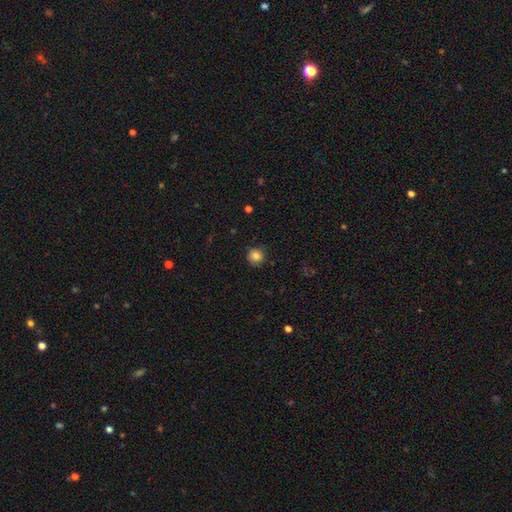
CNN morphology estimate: Overall: smooth (83%). How rounded: round (94%). Merging: none (86%).